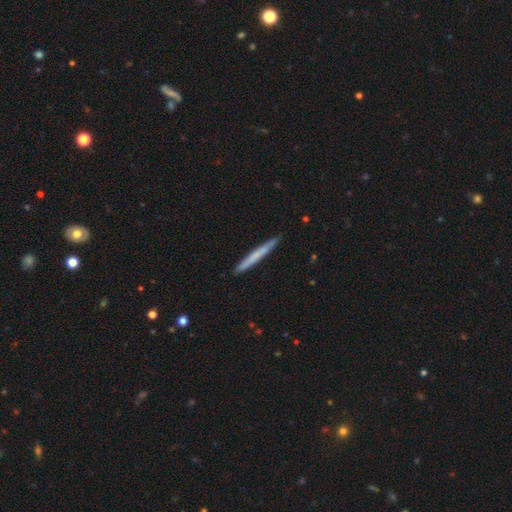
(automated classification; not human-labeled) A smooth galaxy with no disk features (61%) that is cigar-shaped (97%). Merging: none (90%).